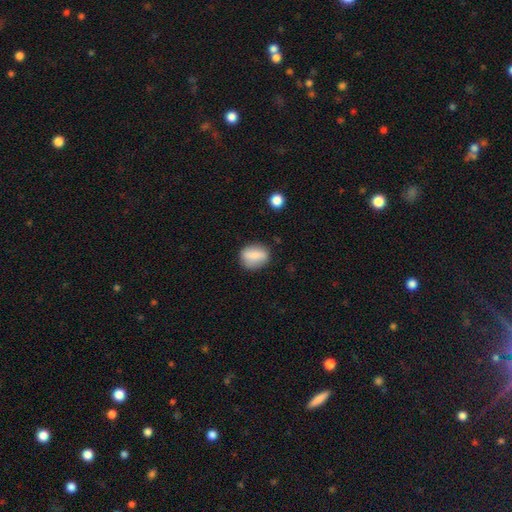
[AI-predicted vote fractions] A smooth galaxy with no disk features (77%) that is in between round and cigar-shaped (55%). Merging: none (78%).